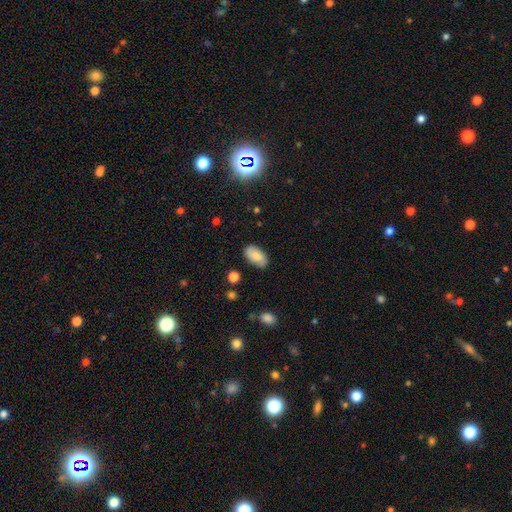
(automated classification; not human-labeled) A smooth galaxy with no disk features (78%) that is in between round and cigar-shaped (94%).

Vote fractions:
- Smooth or featured? smooth: 78% / featured or disk: 15% / star or artifact: 7%
- How rounded? in between: 94% / round: 4% / cigar-shaped: 2%
- Merging? none: 82% / minor disturbance: 14% / major disturbance: 3% / merger: 2%